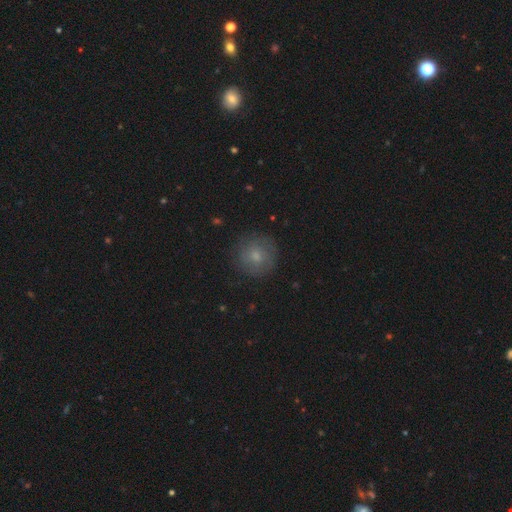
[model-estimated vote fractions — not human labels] Smooth or featured?
  - smooth: 70% *
  - featured or disk: 18%
  - star or artifact: 11%
How rounded?
  - round: 93% *
  - in between: 6%
  - cigar-shaped: 1%
Merging?
  - none: 85% *
  - minor disturbance: 11%
  - major disturbance: 3%
  - merger: 1%